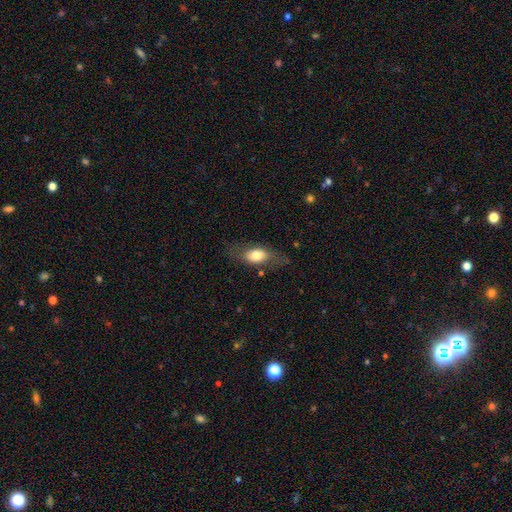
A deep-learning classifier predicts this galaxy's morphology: Smooth or featured? smooth (66%)
How rounded? in between (80%)
Merging? none (70%)